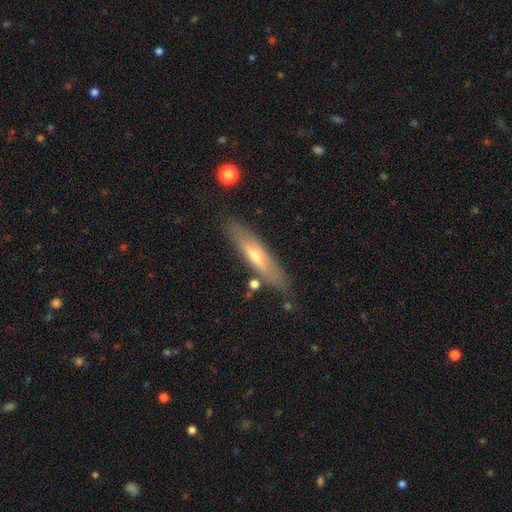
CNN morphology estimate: Q: Smooth or featured?
A: featured or disk (51%); runner-up: smooth (42%)
Q: Edge-on disk?
A: yes (79%); runner-up: no (21%)
Q: Merging?
A: none (81%); runner-up: minor disturbance (13%)